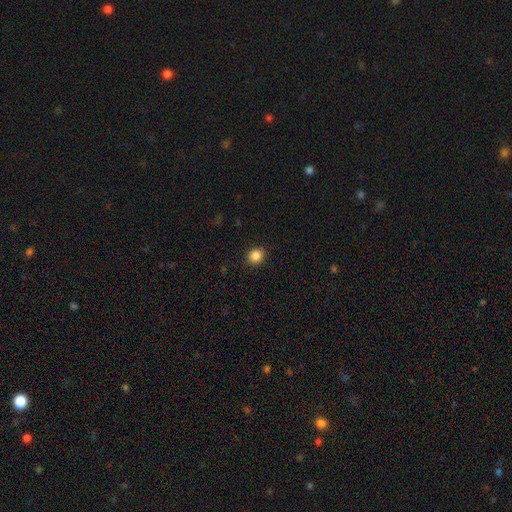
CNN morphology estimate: smooth 86%, star or artifact 11%, featured or disk 4%. Down the decision tree: how rounded — round (83%); merging — none (91%).